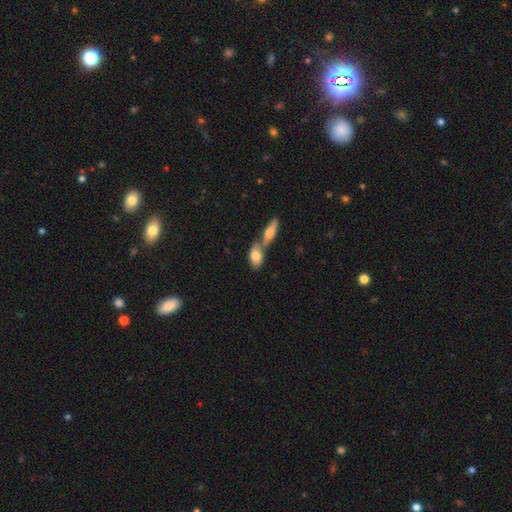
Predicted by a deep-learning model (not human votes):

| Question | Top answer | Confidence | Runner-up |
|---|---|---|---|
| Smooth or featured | smooth | 76% | featured or disk (18%) |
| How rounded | in between | 86% | cigar-shaped (9%) |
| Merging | merger | 55% | none (33%) |